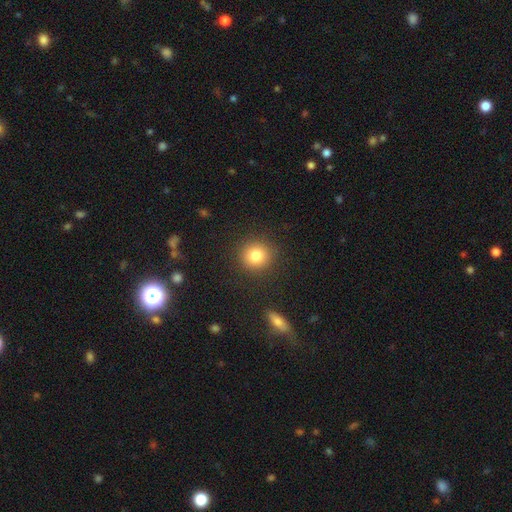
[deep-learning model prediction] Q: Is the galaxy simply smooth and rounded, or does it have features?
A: smooth — 82%.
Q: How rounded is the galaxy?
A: round — 91%.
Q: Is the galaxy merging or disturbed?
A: none — 90%.